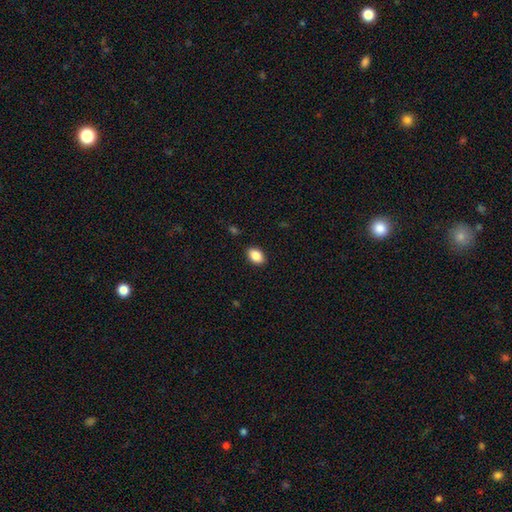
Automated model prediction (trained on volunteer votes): smooth-or-featured: smooth: 87% | star or artifact: 8% | featured or disk: 5%
  how-rounded: in between: 88% | round: 11% | cigar-shaped: 1%
  merging: none: 89% | minor disturbance: 8% | major disturbance: 2% | merger: 1%